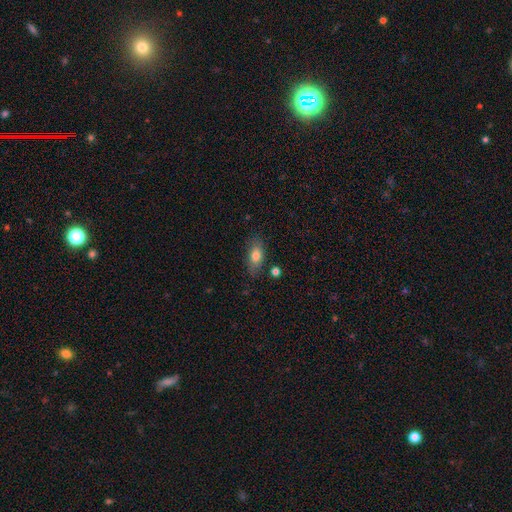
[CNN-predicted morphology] Overall: smooth (77%). How rounded: in between (84%). Merging: none (77%).